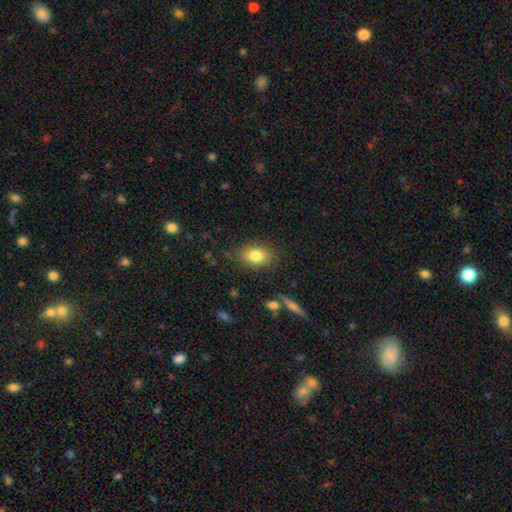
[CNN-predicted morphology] Smooth or featured?
  - smooth: 81% *
  - featured or disk: 10%
  - star or artifact: 9%
How rounded?
  - in between: 73% *
  - round: 25%
  - cigar-shaped: 2%
Merging?
  - none: 79% *
  - minor disturbance: 14%
  - major disturbance: 4%
  - merger: 2%